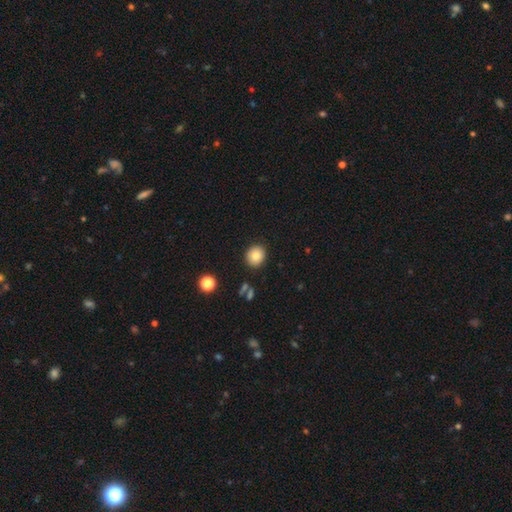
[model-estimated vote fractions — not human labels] smooth-or-featured: smooth: 82% | star or artifact: 10% | featured or disk: 8%
  how-rounded: round: 81% | in between: 18% | cigar-shaped: 1%
  merging: none: 89% | minor disturbance: 7% | major disturbance: 2% | merger: 2%